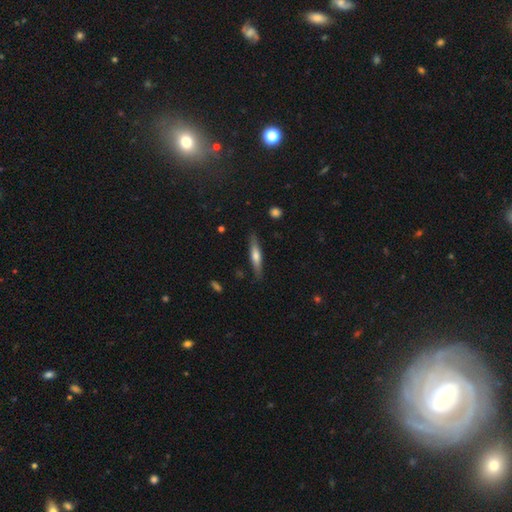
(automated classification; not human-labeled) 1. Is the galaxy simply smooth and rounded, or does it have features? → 53% smooth, 41% featured or disk, 6% star or artifact.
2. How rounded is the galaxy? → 85% cigar-shaped, 13% in between, 2% round.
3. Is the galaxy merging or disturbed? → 84% none, 12% minor disturbance, 2% major disturbance, 1% merger.